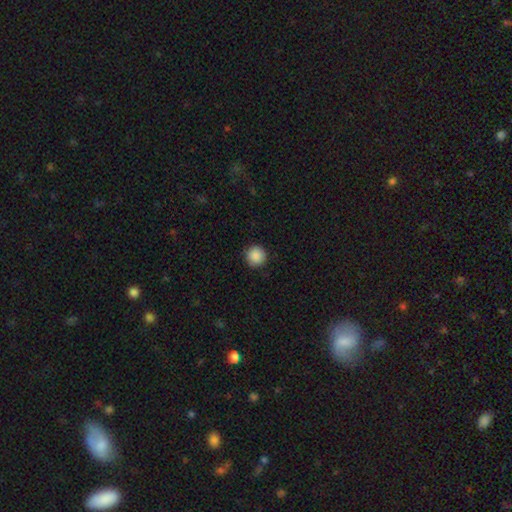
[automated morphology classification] smooth 88%, star or artifact 9%, featured or disk 3%. Down the decision tree: how rounded — round (96%); merging — none (92%).